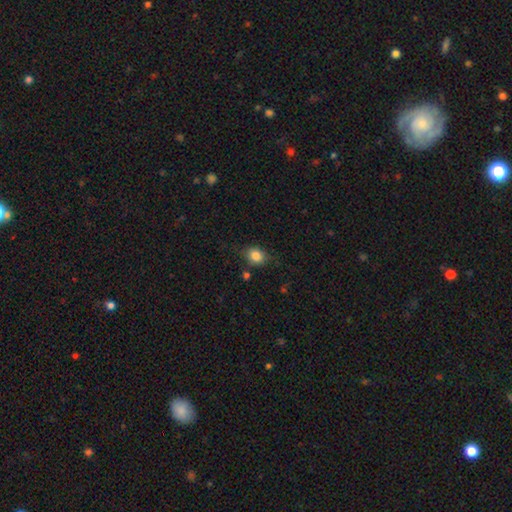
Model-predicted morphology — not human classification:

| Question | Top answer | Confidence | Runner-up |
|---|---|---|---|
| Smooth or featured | smooth | 84% | star or artifact (10%) |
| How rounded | in between | 50% | round (49%) |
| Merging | none | 72% | minor disturbance (19%) |